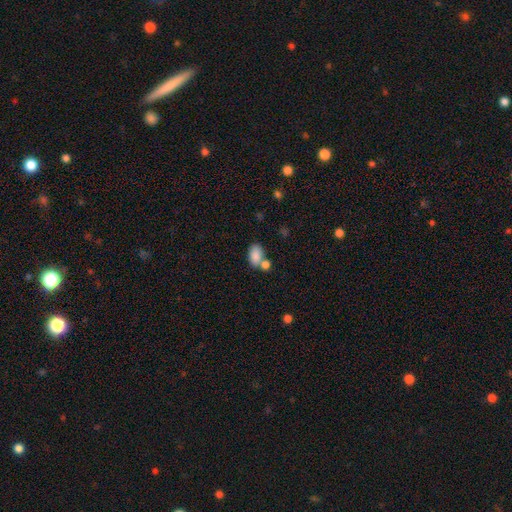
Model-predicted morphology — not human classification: smooth_or_featured: smooth (p=0.85) [alt: star or artifact p=0.08]
how_rounded: in between (p=0.90) [alt: round p=0.08]
merging: none (p=0.48) [alt: merger p=0.34]